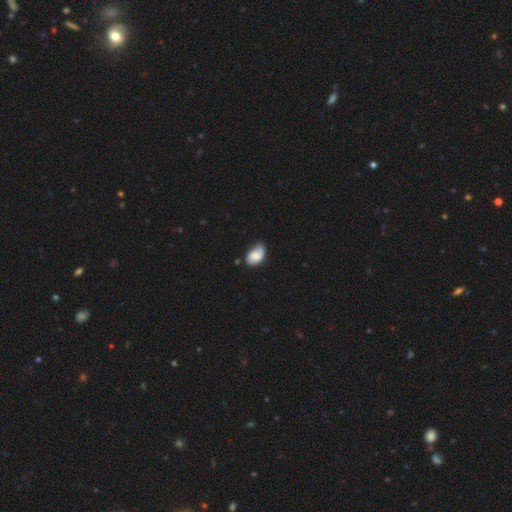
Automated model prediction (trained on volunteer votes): Q: Smooth or featured?
A: smooth (65%); runner-up: featured or disk (27%)
Q: How rounded?
A: in between (89%); runner-up: round (10%)
Q: Merging?
A: none (45%); runner-up: minor disturbance (37%)